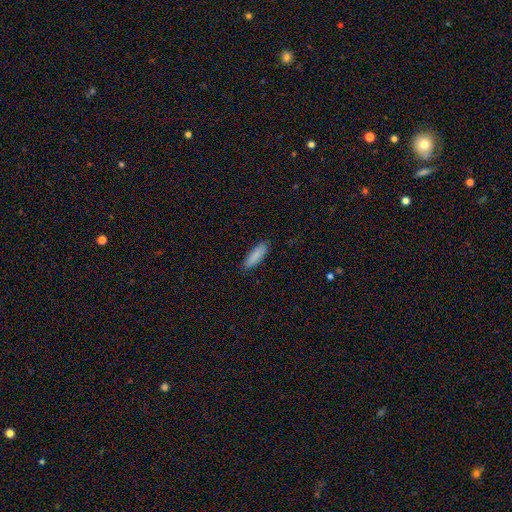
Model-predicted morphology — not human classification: Smooth or featured? smooth (87%)
How rounded? cigar-shaped (50%)
Merging? none (84%)